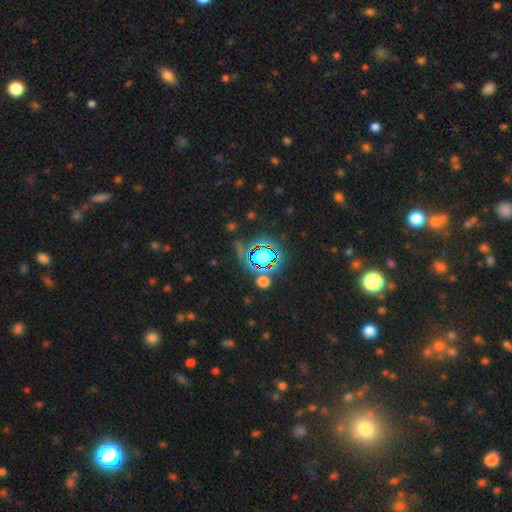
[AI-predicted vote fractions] Smooth or featured? Predicted: star or artifact (p=0.79).